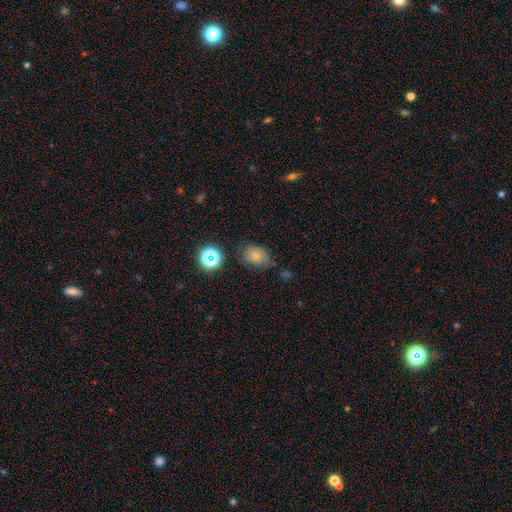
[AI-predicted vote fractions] Q: Smooth or featured?
A: smooth (73%); runner-up: star or artifact (15%)
Q: How rounded?
A: in between (64%); runner-up: round (35%)
Q: Merging?
A: none (65%); runner-up: minor disturbance (25%)